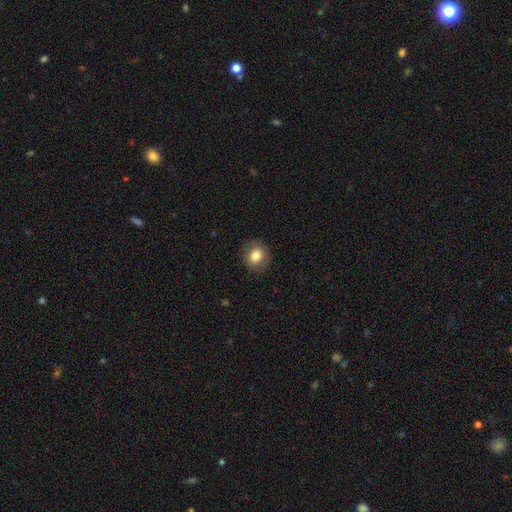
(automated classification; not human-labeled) A smooth galaxy with no disk features (81%) that is round (72%).

Vote fractions:
- Smooth or featured? smooth: 81% / featured or disk: 10% / star or artifact: 9%
- How rounded? round: 72% / in between: 27% / cigar-shaped: 1%
- Merging? none: 86% / minor disturbance: 10% / major disturbance: 3% / merger: 1%